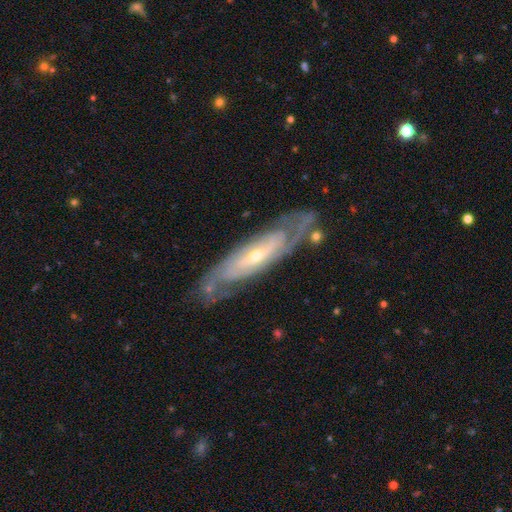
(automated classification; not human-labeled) This appears to be a featured or disk galaxy (83%) with no bar (54%), tight (64%) spiral arms (91%) and a small central bulge (69%). Merging: none (74%).